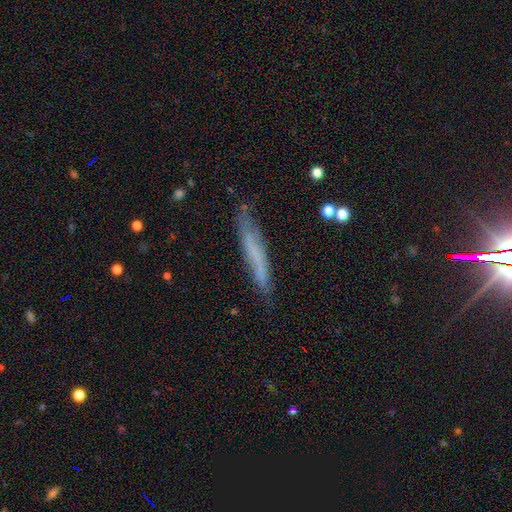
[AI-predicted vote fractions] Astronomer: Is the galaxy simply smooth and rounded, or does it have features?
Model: smooth — 48% (runner-up: featured or disk, 40%).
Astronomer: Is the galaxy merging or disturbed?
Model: none — 73%.